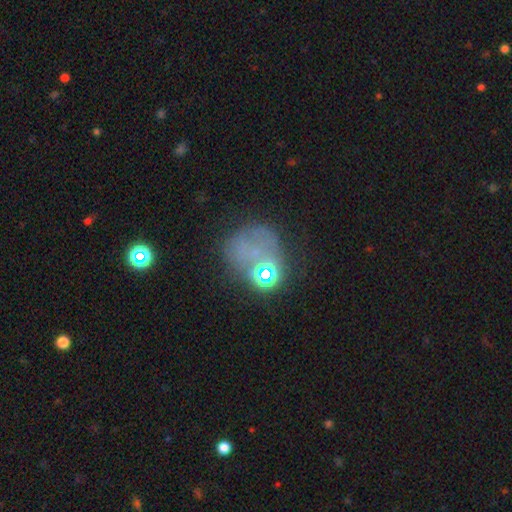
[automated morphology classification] A smooth galaxy with no disk features (37%). Merging: none (43%).